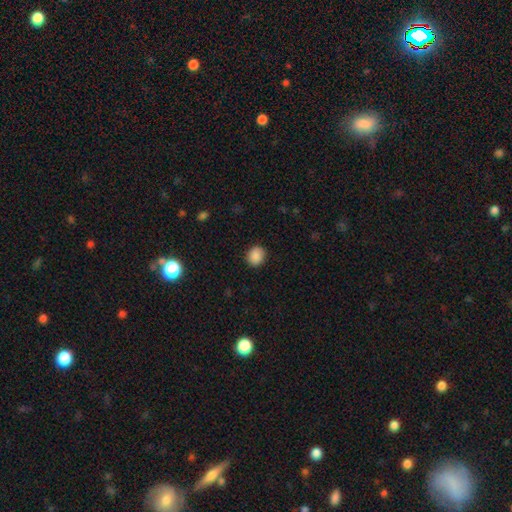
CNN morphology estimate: Smooth or featured? Predicted: smooth (p=0.87). How rounded? Predicted: round (p=0.78). Merging? Predicted: none (p=0.86).